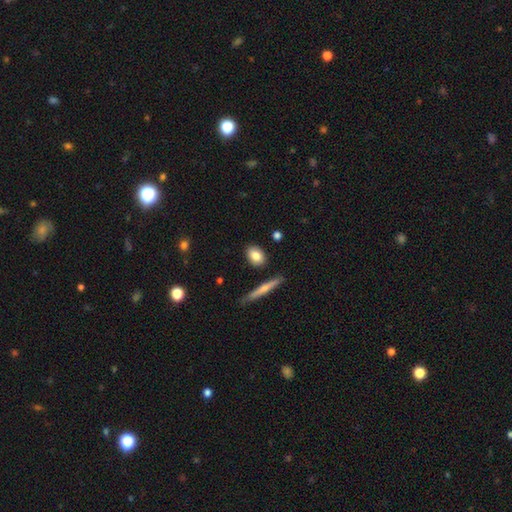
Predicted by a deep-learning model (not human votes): A smooth galaxy with no disk features (82%) that is in between round and cigar-shaped (70%).

Vote fractions:
- Smooth or featured? smooth: 82% / featured or disk: 11% / star or artifact: 7%
- How rounded? in between: 70% / round: 24% / cigar-shaped: 6%
- Merging? none: 86% / minor disturbance: 9% / merger: 3% / major disturbance: 2%